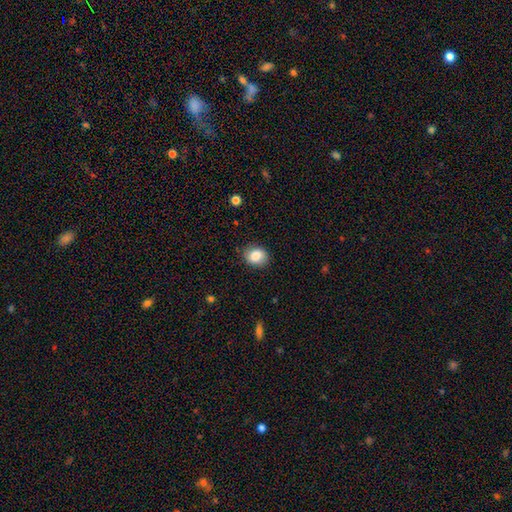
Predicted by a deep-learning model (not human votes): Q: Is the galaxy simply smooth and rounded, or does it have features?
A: smooth — 83%.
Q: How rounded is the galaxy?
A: round — 56%.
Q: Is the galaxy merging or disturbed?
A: none — 83%.